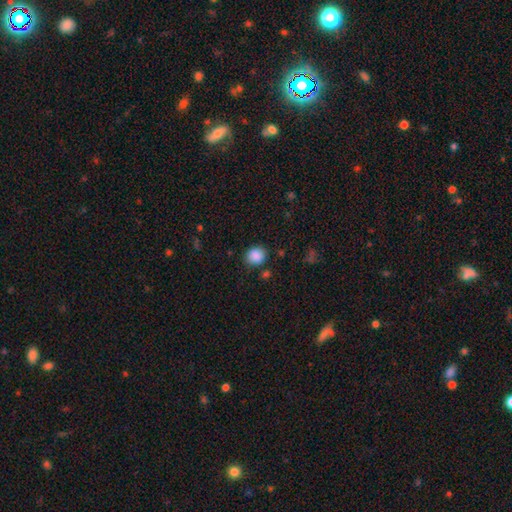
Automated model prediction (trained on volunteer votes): A smooth galaxy with no disk features (88%) that is round (69%).

Vote fractions:
- Smooth or featured? smooth: 88% / star or artifact: 9% / featured or disk: 4%
- How rounded? round: 69% / in between: 30% / cigar-shaped: 1%
- Merging? none: 81% / minor disturbance: 13% / major disturbance: 3% / merger: 3%